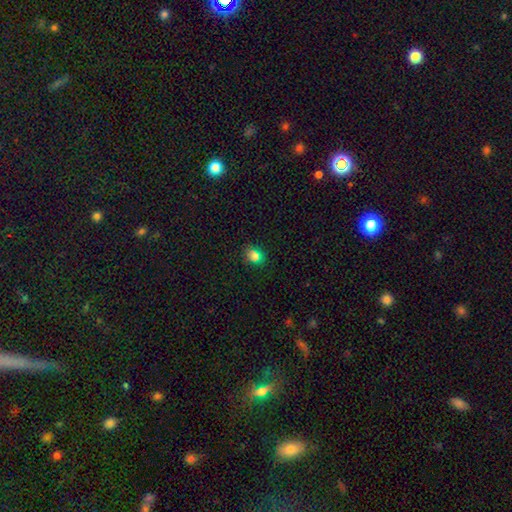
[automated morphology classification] A smooth galaxy with no disk features (70%) that is in between round and cigar-shaped (52%). Merging: none (85%).